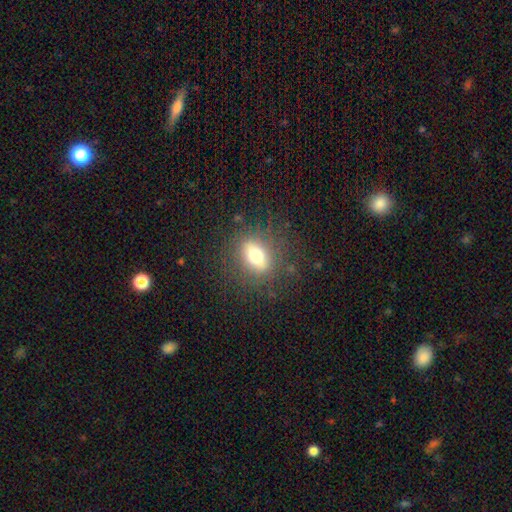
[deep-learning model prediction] Smooth or featured?
  - smooth: 58% *
  - featured or disk: 29%
  - star or artifact: 13%
How rounded?
  - in between: 60% *
  - round: 34%
  - cigar-shaped: 7%
Merging?
  - none: 81% *
  - minor disturbance: 12%
  - major disturbance: 6%
  - merger: 1%